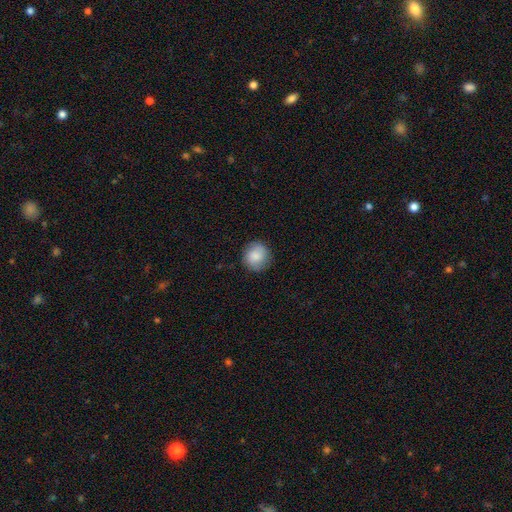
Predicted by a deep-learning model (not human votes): Smooth or featured: smooth — 82% (featured or disk — 10%)
How rounded: round — 90% (in between — 9%)
Merging: none — 86% (minor disturbance — 10%)